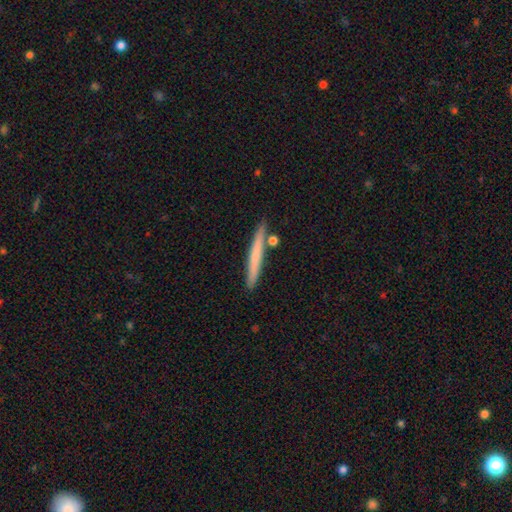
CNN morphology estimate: smooth_or_featured: smooth (p=0.60) [alt: featured or disk p=0.34]
how_rounded: cigar-shaped (p=0.96) [alt: in between p=0.02]
merging: none (p=0.84) [alt: minor disturbance p=0.09]